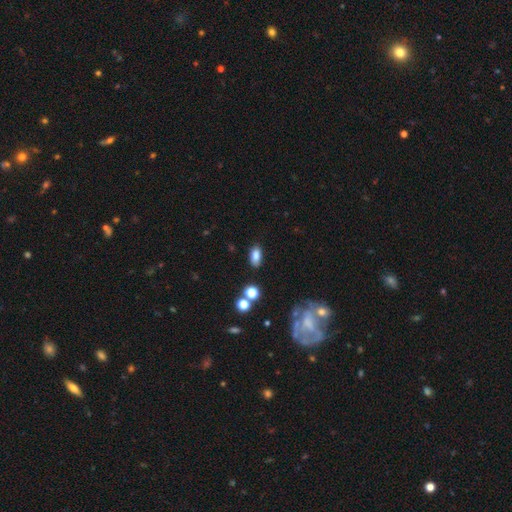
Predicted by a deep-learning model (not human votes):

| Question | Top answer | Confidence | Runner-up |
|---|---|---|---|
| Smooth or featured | smooth | 82% | star or artifact (11%) |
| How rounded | in between | 89% | round (7%) |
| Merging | none | 82% | minor disturbance (12%) |